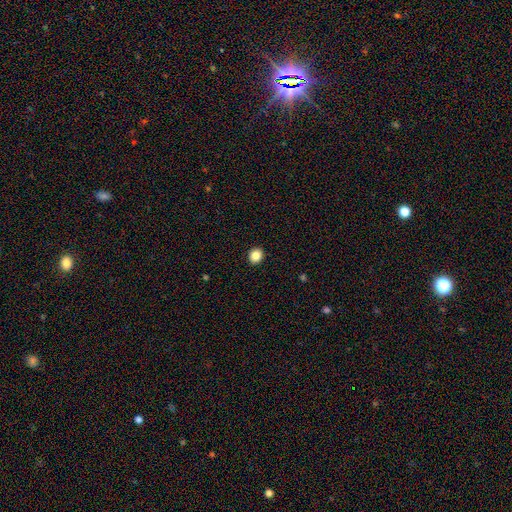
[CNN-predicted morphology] Smooth or featured? smooth (85%)
How rounded? round (72%)
Merging? none (92%)